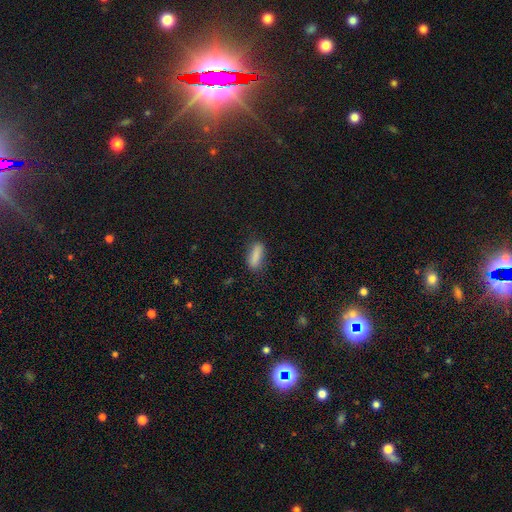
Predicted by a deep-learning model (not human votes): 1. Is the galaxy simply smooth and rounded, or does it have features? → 86% smooth, 8% star or artifact, 7% featured or disk.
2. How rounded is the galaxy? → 60% in between, 38% cigar-shaped, 2% round.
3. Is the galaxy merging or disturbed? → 80% none, 15% minor disturbance, 4% major disturbance, 2% merger.